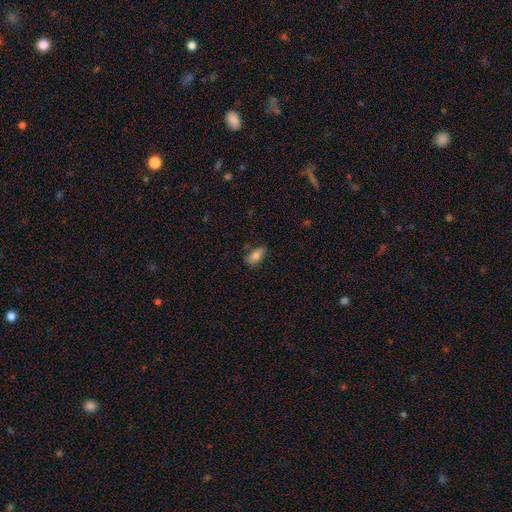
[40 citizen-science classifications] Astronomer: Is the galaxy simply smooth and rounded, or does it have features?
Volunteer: smooth — 88%.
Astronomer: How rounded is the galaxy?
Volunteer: in between — 91%.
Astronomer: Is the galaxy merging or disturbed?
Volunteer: none — 61%.